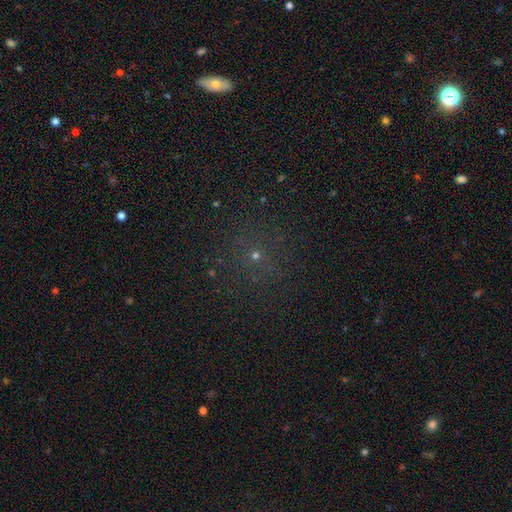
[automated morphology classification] This appears to be a smooth galaxy with no disk features (51%) that is round (92%). Merging: none (86%).